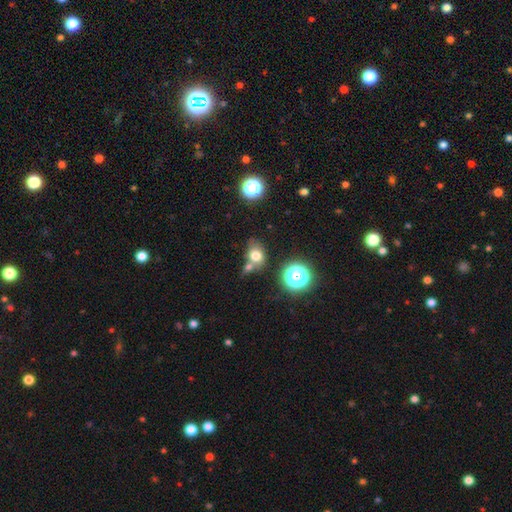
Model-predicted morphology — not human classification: smooth_or_featured: smooth (p=0.73) [alt: star or artifact p=0.15]
how_rounded: in between (p=0.50) [alt: round p=0.49]
merging: none (p=0.49) [alt: merger p=0.31]